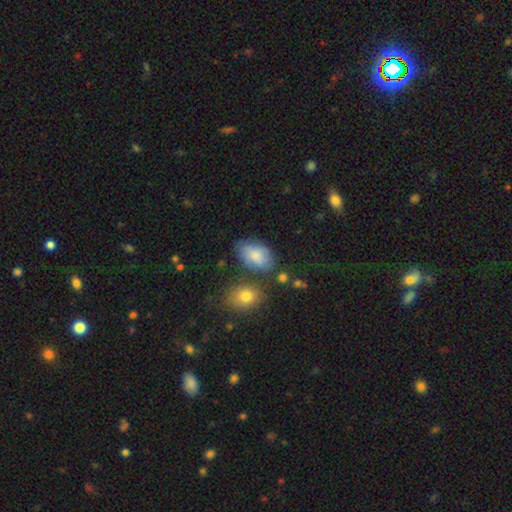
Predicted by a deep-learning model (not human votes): The model was most divided on "merging": none: 60%, minor disturbance: 24%, merger: 8%, major disturbance: 8%. More confident: how rounded — in between (90%); smooth or featured — smooth (75%).